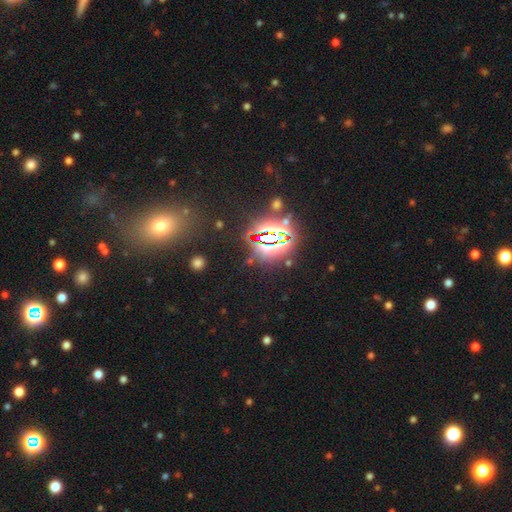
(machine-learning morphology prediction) A star or artifact, not a galaxy (72%).

Vote fractions:
- Smooth or featured? star or artifact: 72% / smooth: 18% / featured or disk: 10%